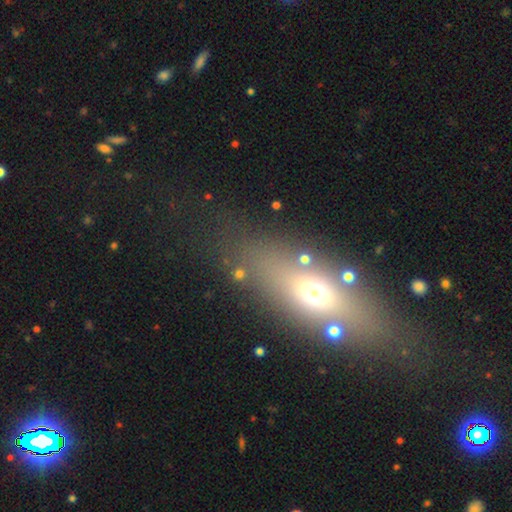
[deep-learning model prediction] Q: Smooth or featured?
A: smooth (48%); runner-up: featured or disk (37%)
Q: Merging?
A: none (75%); runner-up: minor disturbance (13%)